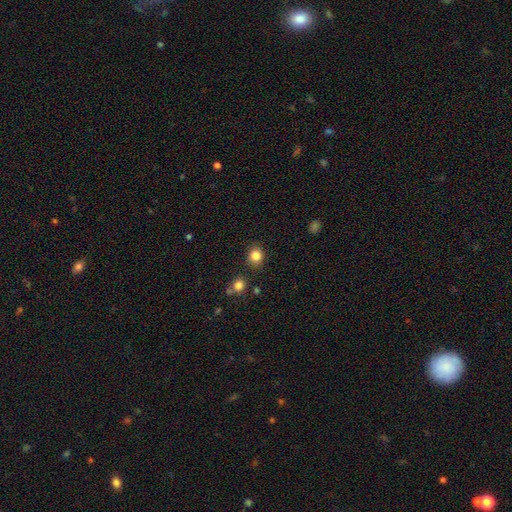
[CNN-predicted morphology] smooth_or_featured: smooth (p=0.84) [alt: star or artifact p=0.11]
how_rounded: round (p=0.81) [alt: in between p=0.18]
merging: none (p=0.87) [alt: minor disturbance p=0.08]